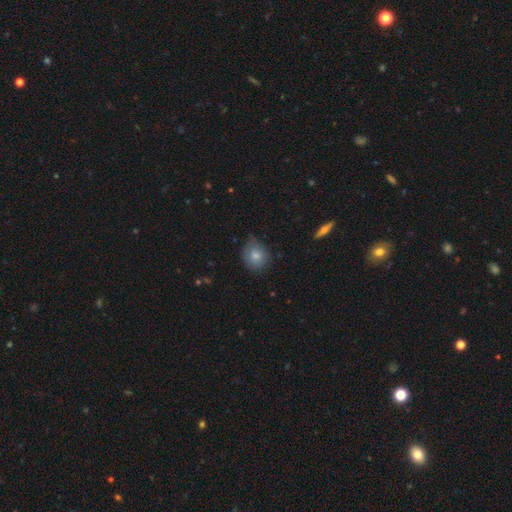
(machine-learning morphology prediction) type=smooth (77%); roundness=round (71%); merging=none (61%).